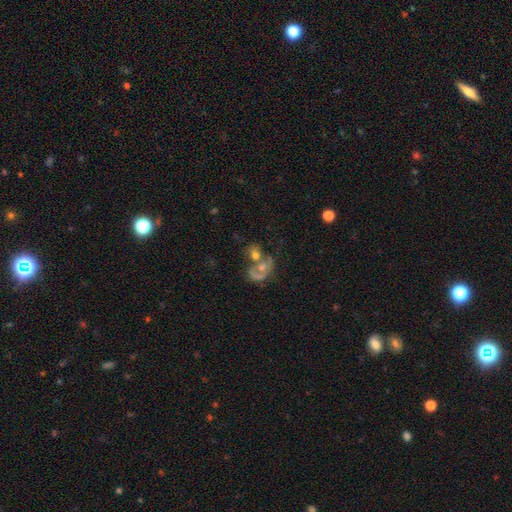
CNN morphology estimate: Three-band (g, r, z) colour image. It shows a featured or disk galaxy (50%). Merging: merger (54%).